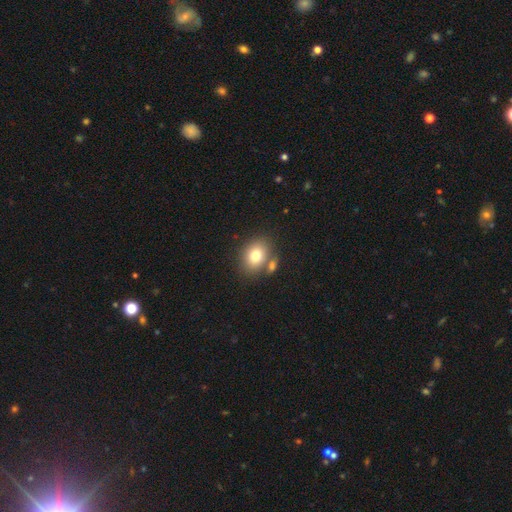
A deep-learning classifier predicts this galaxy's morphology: This is likely a smooth galaxy (78%). How rounded: possibly in between (58%). Merging: likely none (65%).